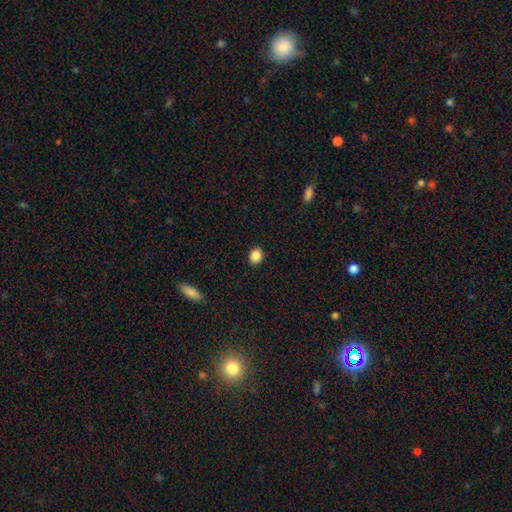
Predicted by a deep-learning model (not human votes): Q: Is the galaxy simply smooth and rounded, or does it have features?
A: smooth — 87%.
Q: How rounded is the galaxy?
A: round — 55%.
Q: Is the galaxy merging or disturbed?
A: none — 90%.